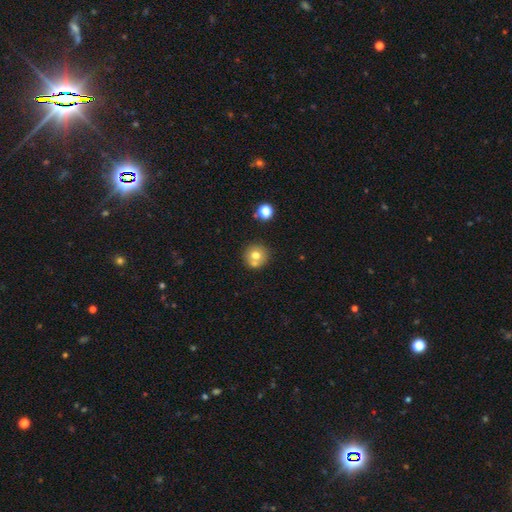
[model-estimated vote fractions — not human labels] Smooth or featured?
  - smooth: 70% *
  - featured or disk: 17%
  - star or artifact: 12%
How rounded?
  - round: 92% *
  - in between: 7%
  - cigar-shaped: 1%
Merging?
  - none: 64% *
  - merger: 24%
  - minor disturbance: 9%
  - major disturbance: 3%